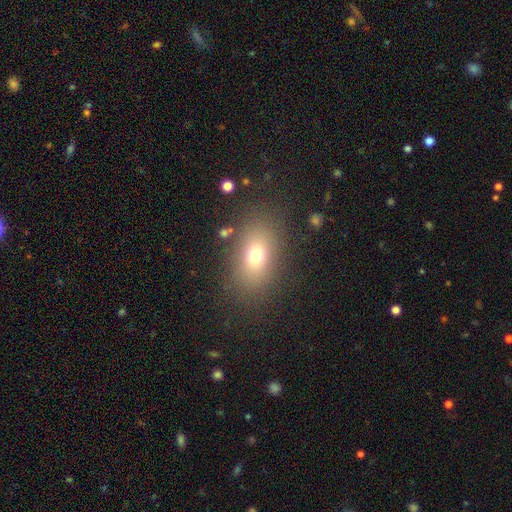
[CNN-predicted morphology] smooth 72%, featured or disk 14%, star or artifact 14%. Down the decision tree: how rounded — in between (81%); merging — none (82%).